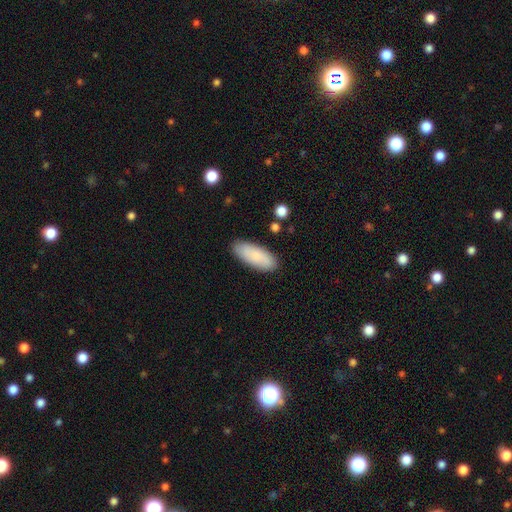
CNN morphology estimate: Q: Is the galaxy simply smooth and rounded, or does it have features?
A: smooth — 82%.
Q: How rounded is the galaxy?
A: in between — 80%.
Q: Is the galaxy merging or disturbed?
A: none — 85%.